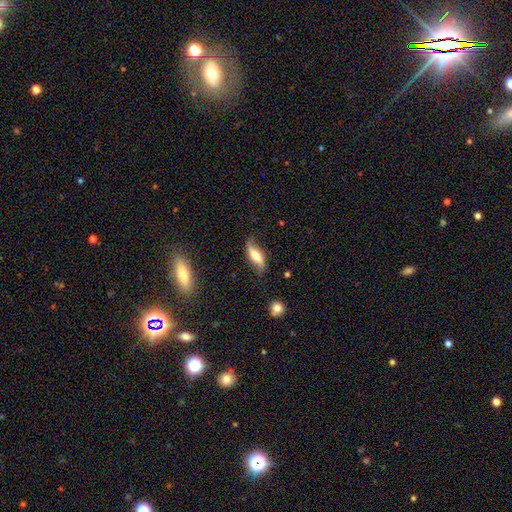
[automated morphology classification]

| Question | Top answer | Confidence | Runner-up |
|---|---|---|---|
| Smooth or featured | featured or disk | 50% | smooth (43%) |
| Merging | none | 69% | minor disturbance (23%) |